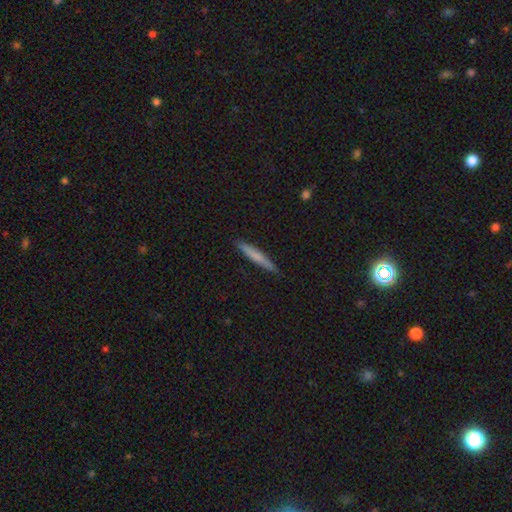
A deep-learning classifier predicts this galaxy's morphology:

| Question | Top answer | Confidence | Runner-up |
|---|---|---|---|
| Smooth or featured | smooth | 67% | featured or disk (27%) |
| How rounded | cigar-shaped | 95% | in between (4%) |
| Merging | none | 88% | minor disturbance (9%) |